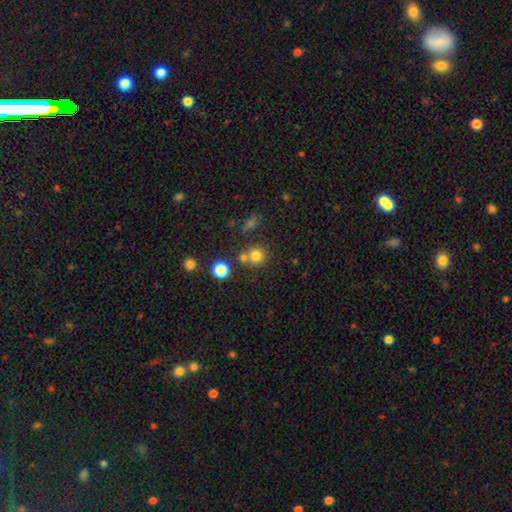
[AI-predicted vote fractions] Overall: smooth (78%). How rounded: round (90%). Merging: none (66%).